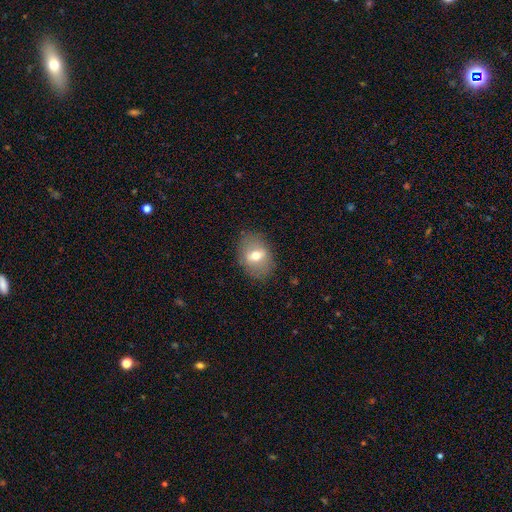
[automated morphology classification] Overall: smooth (56%; featured or disk 35%). How rounded: in between (72%). Merging: none (82%).